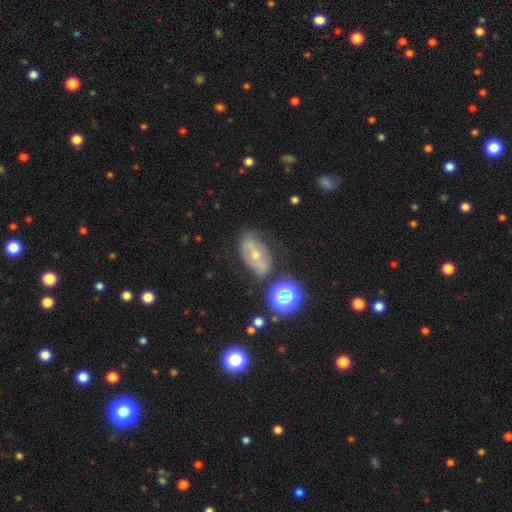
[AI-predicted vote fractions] A featured or disk galaxy (56%).

Vote fractions:
- Smooth or featured? featured or disk: 56% / smooth: 29% / star or artifact: 14%
- Edge-on disk? no: 88% / yes: 12%
- Merging? none: 68% / minor disturbance: 20% / major disturbance: 8% / merger: 4%